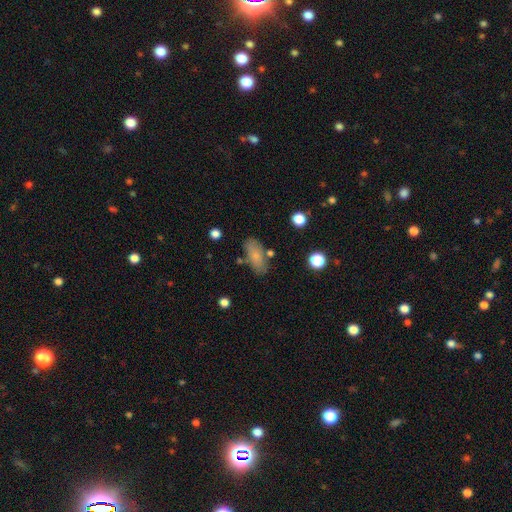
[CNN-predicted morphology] smooth_or_featured: smooth (p=0.78) [alt: featured or disk p=0.14]
how_rounded: in between (p=0.83) [alt: cigar-shaped p=0.14]
merging: none (p=0.74) [alt: minor disturbance p=0.15]